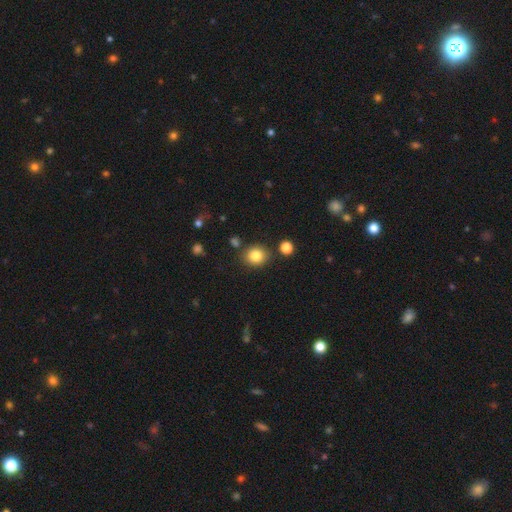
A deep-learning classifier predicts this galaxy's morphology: Smooth or featured: smooth — 83% (star or artifact — 10%)
How rounded: round — 74% (in between — 25%)
Merging: none — 83% (minor disturbance — 9%)